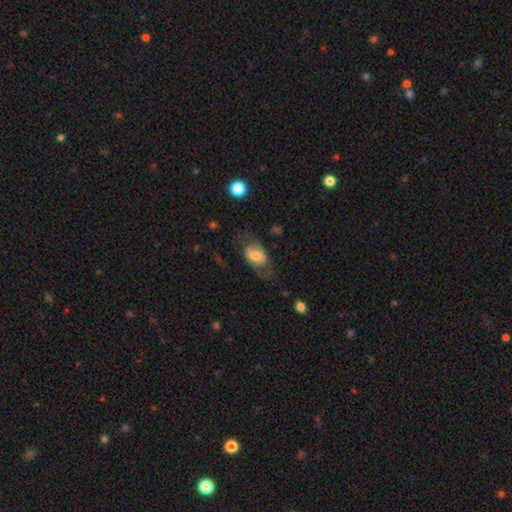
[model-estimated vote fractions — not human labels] Smooth or featured?
  - smooth: 57% *
  - featured or disk: 36%
  - star or artifact: 7%
How rounded?
  - in between: 86% *
  - round: 11%
  - cigar-shaped: 2%
Merging?
  - none: 52% *
  - major disturbance: 23%
  - minor disturbance: 23%
  - merger: 2%